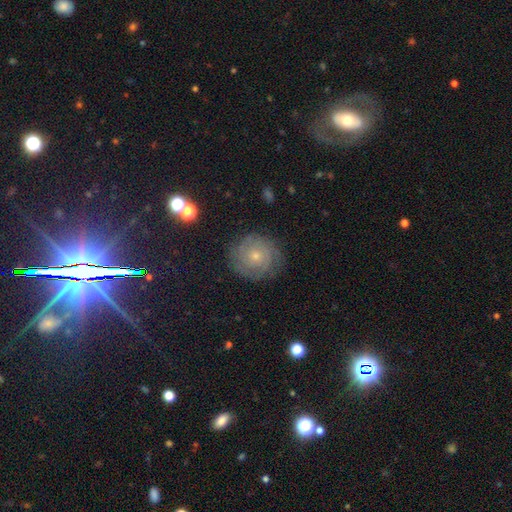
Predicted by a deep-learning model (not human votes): Smooth or featured?
  - featured or disk: 64% *
  - smooth: 25%
  - star or artifact: 11%
Edge-on disk?
  - no: 97% *
  - yes: 3%
Bar?
  - no: 84% *
  - weak: 14%
  - strong: 3%
Spiral arms?
  - yes: 87% *
  - no: 13%
Spiral winding?
  - tight: 75% *
  - medium: 19%
  - loose: 6%
Spiral arm count?
  - can't tell: 45% *
  - 2: 23%
  - 3: 14%
  - 4: 7%
  - 1: 6%
  - more than 4: 5%
Bulge size?
  - small: 71% *
  - moderate: 25%
  - none: 2%
  - large: 1%
  - dominant: 1%
Merging?
  - none: 81% *
  - minor disturbance: 13%
  - major disturbance: 5%
  - merger: 1%